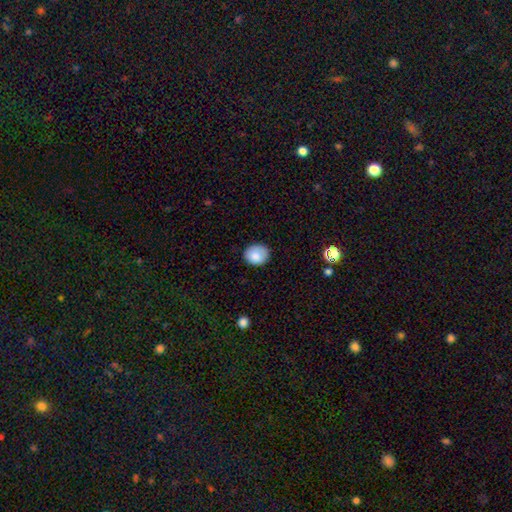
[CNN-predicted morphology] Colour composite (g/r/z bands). It shows a smooth galaxy with no disk features (86%) that is round (60%). Merging: none (80%).